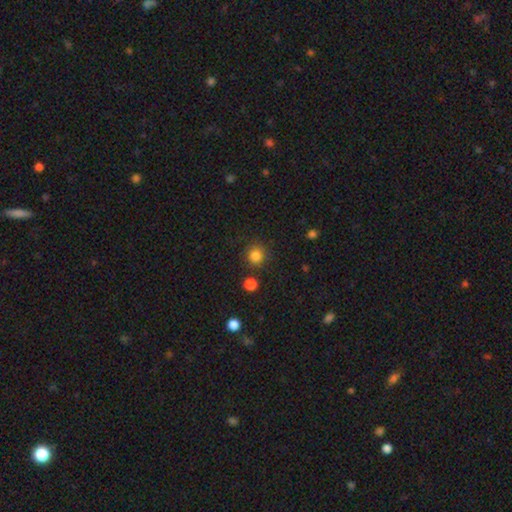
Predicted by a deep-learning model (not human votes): A smooth galaxy with no disk features (83%) that is round (92%). Merging: none (85%).